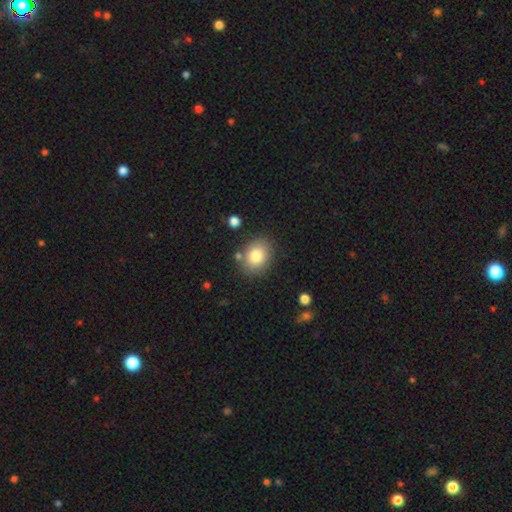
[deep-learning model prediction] Overall: smooth (81%). How rounded: round (51%; in between 48%). Merging: none (80%).